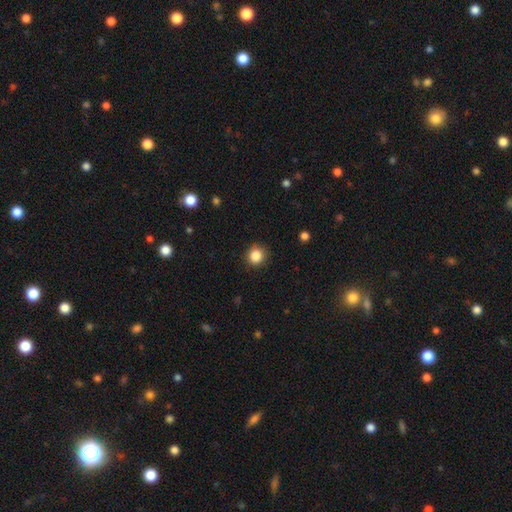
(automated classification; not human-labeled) A smooth galaxy with no disk features (86%) that is round (89%). Merging: none (88%).